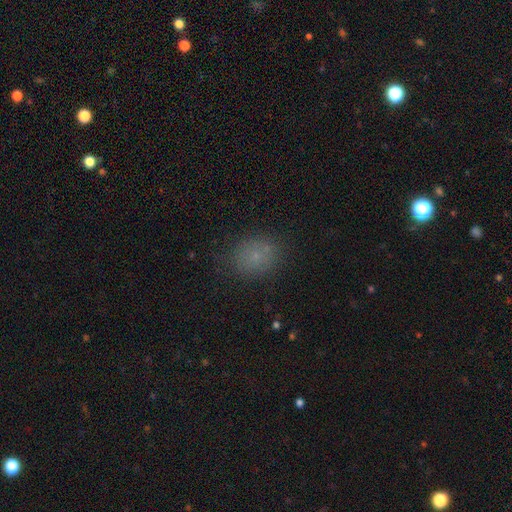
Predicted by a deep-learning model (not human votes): smooth-or-featured: smooth: 72% | star or artifact: 17% | featured or disk: 11%
  how-rounded: round: 54% | in between: 45% | cigar-shaped: 1%
  merging: none: 80% | minor disturbance: 13% | major disturbance: 5% | merger: 2%